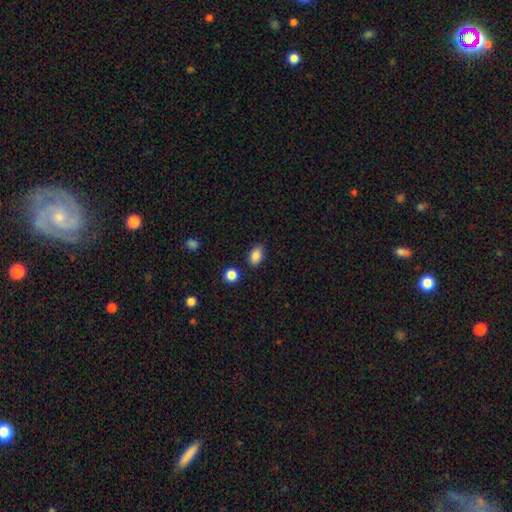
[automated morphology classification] Q: Smooth or featured?
A: smooth (86%); runner-up: star or artifact (9%)
Q: How rounded?
A: in between (83%); runner-up: round (16%)
Q: Merging?
A: none (81%); runner-up: minor disturbance (13%)